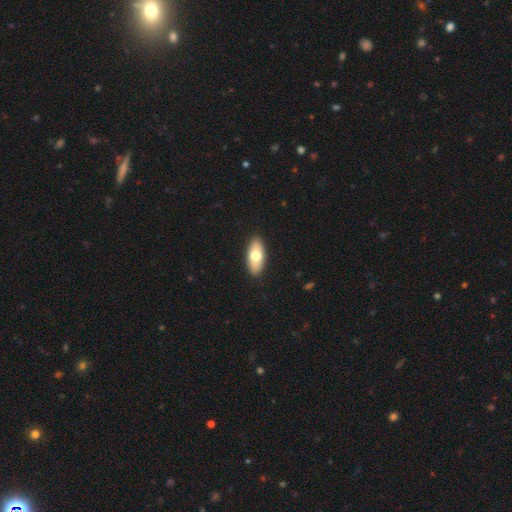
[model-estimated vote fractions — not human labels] The model was most divided on "smooth or featured": smooth: 70%, featured or disk: 24%, star or artifact: 6%. More confident: merging — none (90%); how rounded — in between (84%).